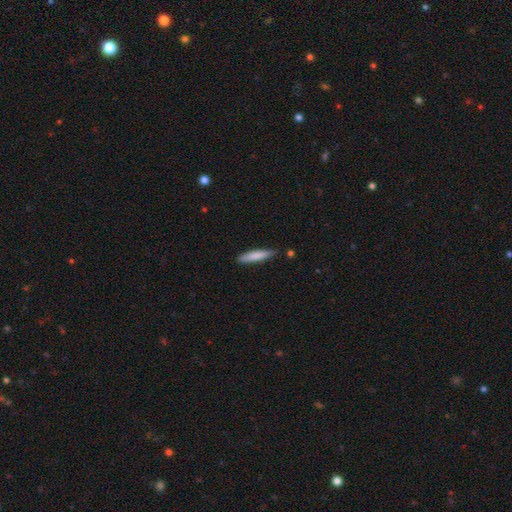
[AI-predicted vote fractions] A smooth galaxy with no disk features (80%) that is cigar-shaped (88%).

Vote fractions:
- Smooth or featured? smooth: 80% / featured or disk: 15% / star or artifact: 6%
- How rounded? cigar-shaped: 88% / in between: 11% / round: 1%
- Merging? none: 83% / minor disturbance: 13% / merger: 2% / major disturbance: 2%